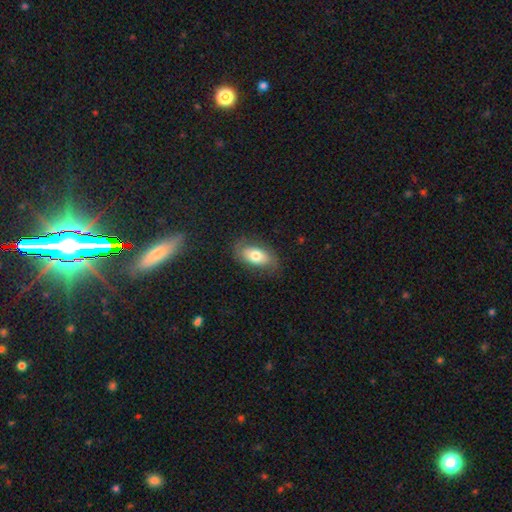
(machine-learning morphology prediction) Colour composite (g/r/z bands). It shows a smooth galaxy with no disk features (66%) that is in between round and cigar-shaped (91%). Merging: none (75%).